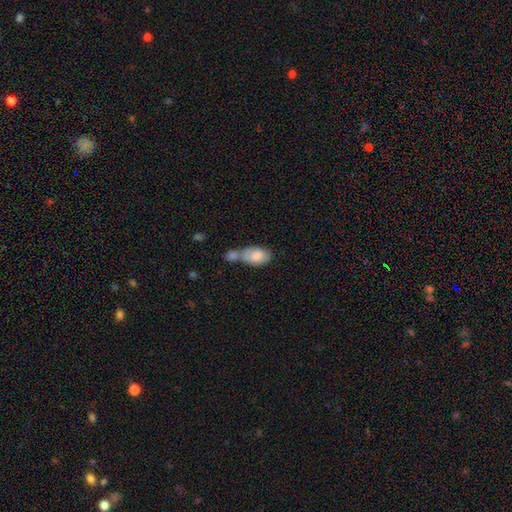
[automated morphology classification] A smooth galaxy with no disk features (80%) that is in between round and cigar-shaped (88%).

Vote fractions:
- Smooth or featured? smooth: 80% / featured or disk: 14% / star or artifact: 6%
- How rounded? in between: 88% / round: 9% / cigar-shaped: 2%
- Merging? merger: 58% / none: 24% / minor disturbance: 12% / major disturbance: 6%